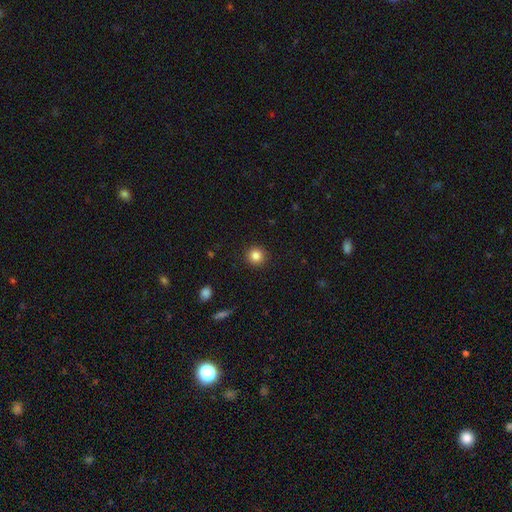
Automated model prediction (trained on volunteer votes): Smooth or featured: smooth — 85% (star or artifact — 11%)
How rounded: round — 94% (in between — 5%)
Merging: none — 92% (minor disturbance — 5%)